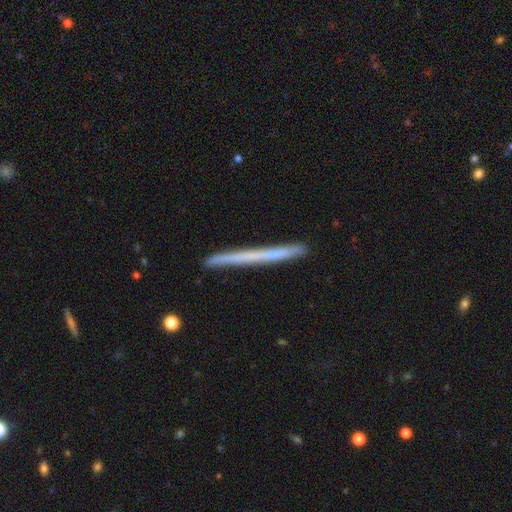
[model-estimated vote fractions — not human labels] The model was most divided on "smooth or featured": featured or disk: 48%, smooth: 45%, star or artifact: 7%. More confident: merging — none (89%).